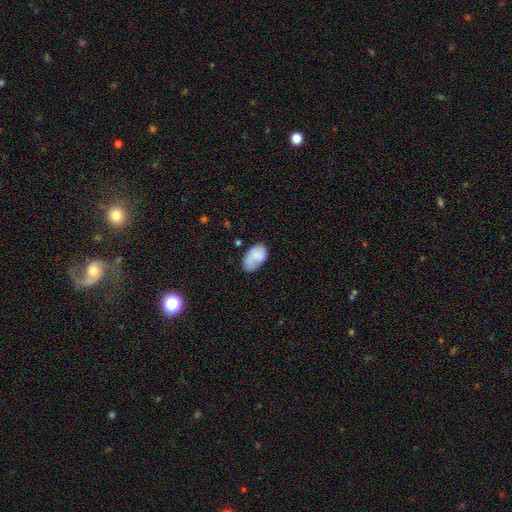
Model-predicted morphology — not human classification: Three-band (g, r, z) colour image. It shows a smooth galaxy with no disk features (76%) that is in between round and cigar-shaped (92%). Merging: none (50%).